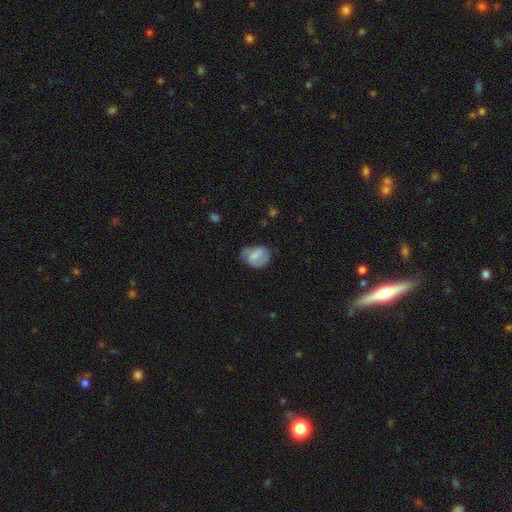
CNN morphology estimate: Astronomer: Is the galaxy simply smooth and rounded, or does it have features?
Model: smooth — 63%.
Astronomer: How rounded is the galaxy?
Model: in between — 58% (runner-up: round, 40%).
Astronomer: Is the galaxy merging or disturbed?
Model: none — 54% (runner-up: minor disturbance, 33%).